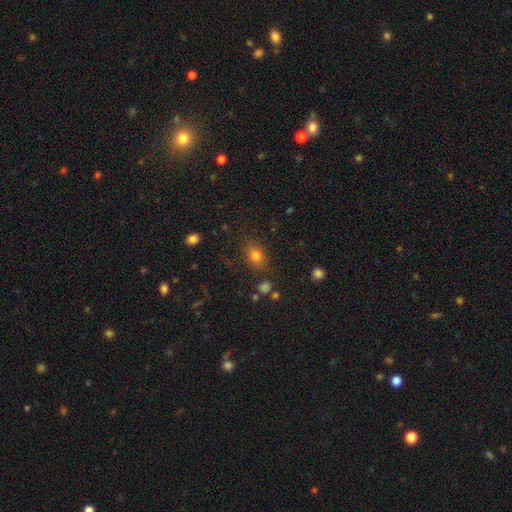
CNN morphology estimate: smooth 76%, star or artifact 16%, featured or disk 8%. Down the decision tree: how rounded — in between (63%); merging — none (80%).